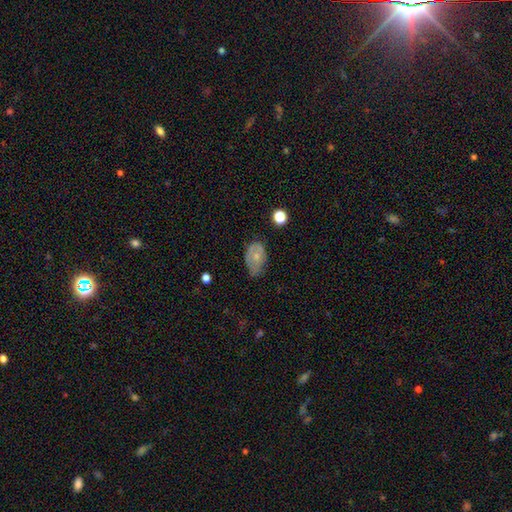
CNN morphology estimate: Smooth or featured?
  - smooth: 53% *
  - featured or disk: 39%
  - star or artifact: 9%
How rounded?
  - in between: 85% *
  - round: 14%
  - cigar-shaped: 2%
Merging?
  - none: 52% *
  - minor disturbance: 34%
  - major disturbance: 12%
  - merger: 2%